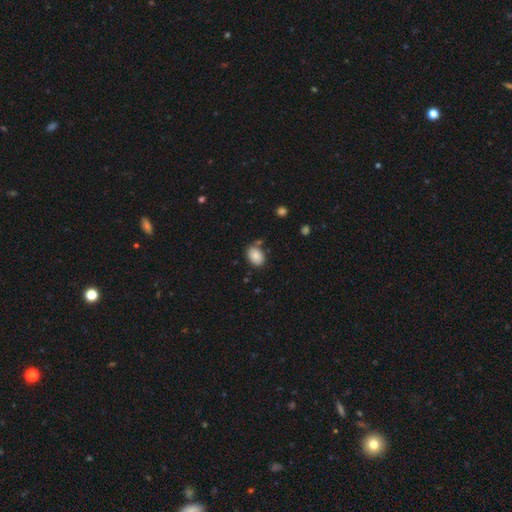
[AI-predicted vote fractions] The model was most divided on "how rounded": in between: 77%, round: 22%, cigar-shaped: 1%. More confident: smooth or featured — smooth (87%); merging — none (74%).